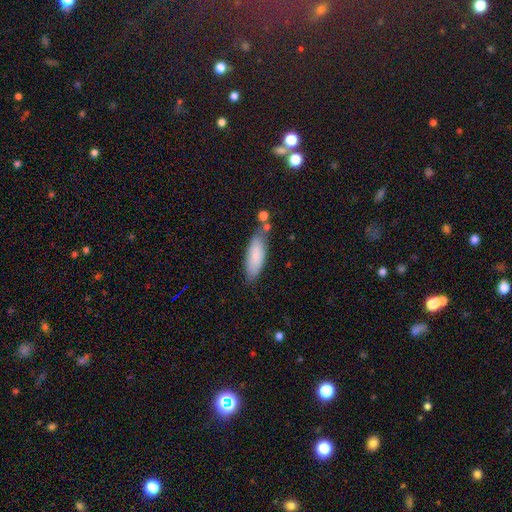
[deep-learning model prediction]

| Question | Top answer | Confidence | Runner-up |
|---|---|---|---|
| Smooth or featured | smooth | 84% | featured or disk (10%) |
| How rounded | in between | 56% | cigar-shaped (42%) |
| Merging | none | 66% | minor disturbance (20%) |